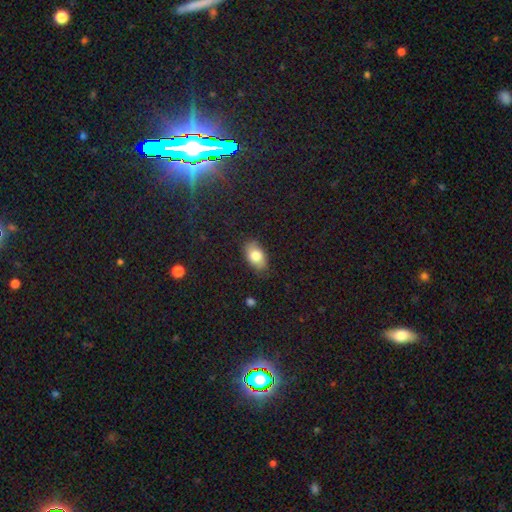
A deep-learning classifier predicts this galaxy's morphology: Overall: smooth (80%). How rounded: in between (91%). Merging: none (81%).